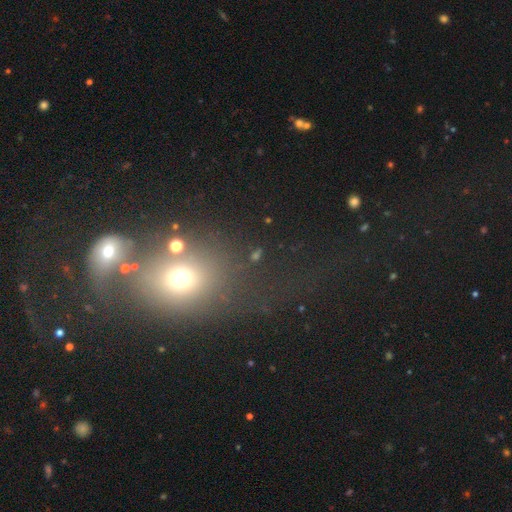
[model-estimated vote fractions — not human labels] smooth_or_featured: smooth (p=0.47) [alt: star or artifact p=0.41]
merging: none (p=0.69) [alt: minor disturbance p=0.12]